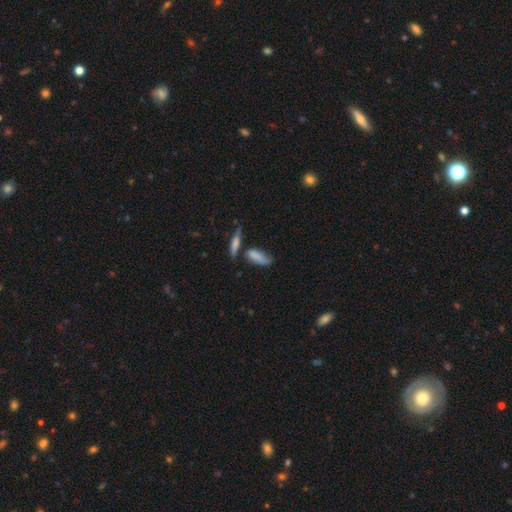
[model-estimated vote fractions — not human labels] Morphology: type=smooth (55%); roundness=in between (56%); merging=none (45%).